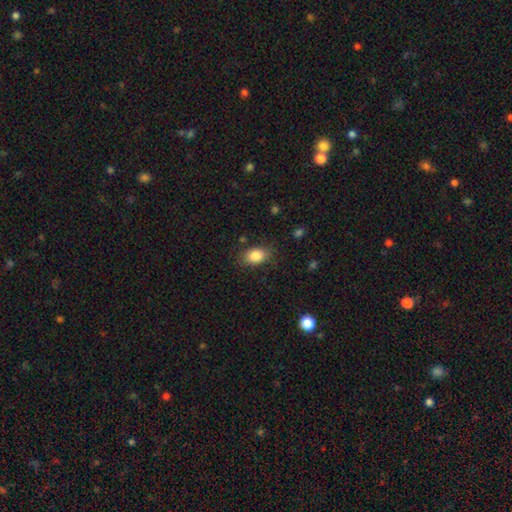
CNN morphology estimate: Smooth or featured? smooth (85%)
How rounded? in between (80%)
Merging? none (79%)